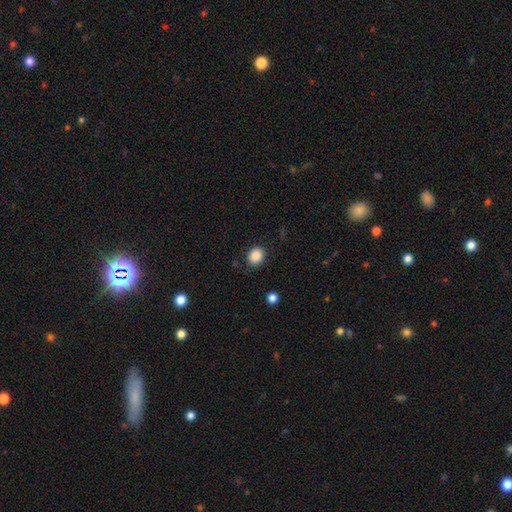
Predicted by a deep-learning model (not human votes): Morphology: type=smooth (87%); roundness=round (69%); merging=none (86%).